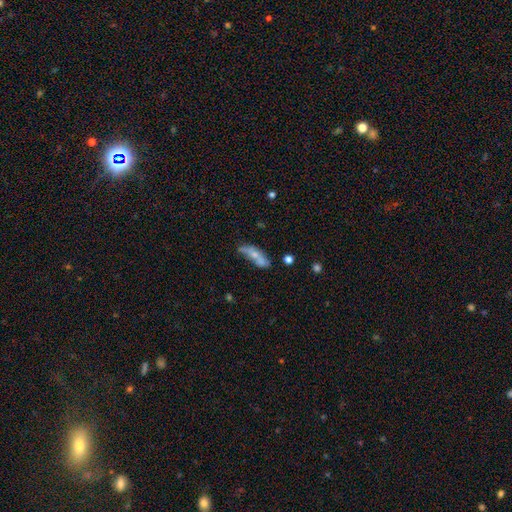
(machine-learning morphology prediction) smooth 55%, featured or disk 37%, star or artifact 8%. Down the decision tree: how rounded — in between (49%); merging — none (38%).